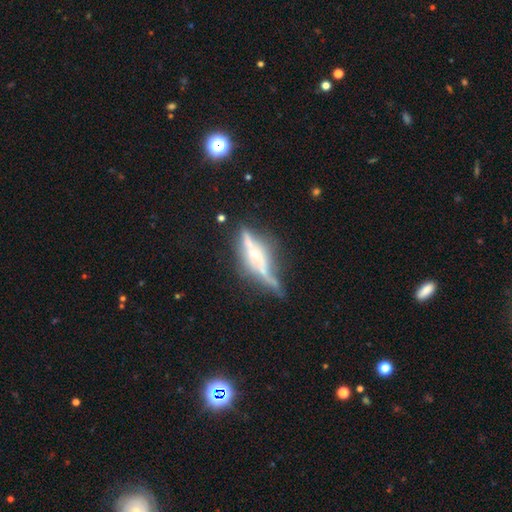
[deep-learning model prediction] Morphology: type=featured or disk (78%); edge-on=yes (89%); edge-on bulge=rounded (69%); merging=none (57%).